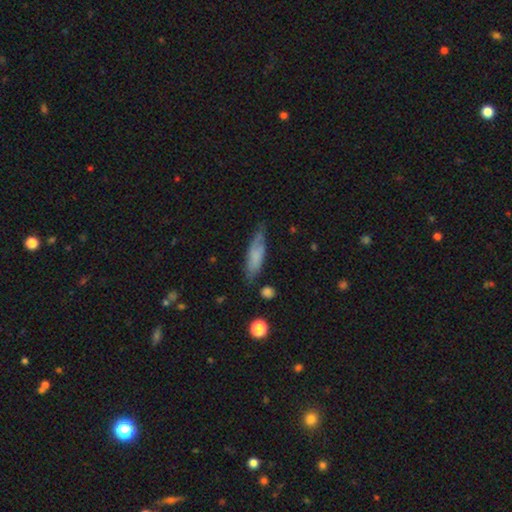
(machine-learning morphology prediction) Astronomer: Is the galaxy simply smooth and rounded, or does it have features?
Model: smooth — 67%.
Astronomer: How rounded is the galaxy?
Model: cigar-shaped — 56% (runner-up: in between, 42%).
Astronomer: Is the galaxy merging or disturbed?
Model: none — 67%.